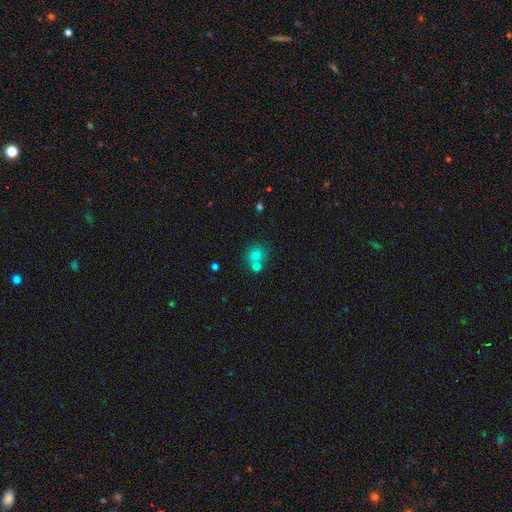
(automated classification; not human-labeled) Smooth or featured?
  - smooth: 72% *
  - star or artifact: 16%
  - featured or disk: 12%
How rounded?
  - round: 86% *
  - in between: 13%
  - cigar-shaped: 1%
Merging?
  - none: 57% *
  - merger: 33%
  - minor disturbance: 7%
  - major disturbance: 3%